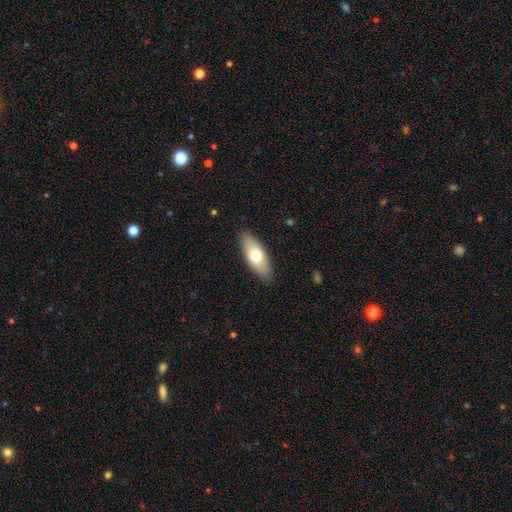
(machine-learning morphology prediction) Overall: smooth (67%; featured or disk 27%). How rounded: in between (75%). Merging: none (87%).